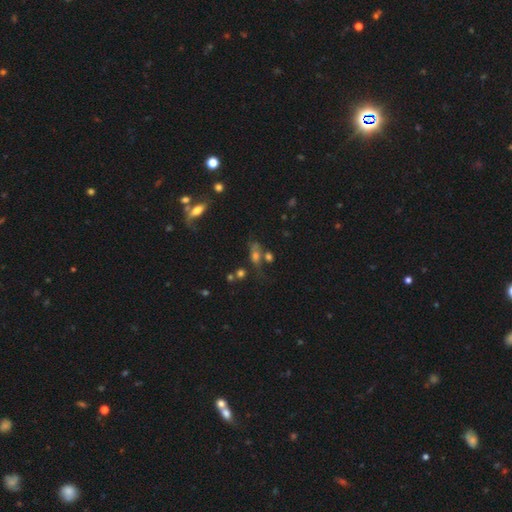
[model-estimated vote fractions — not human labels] This is marginally a smooth galaxy (44%). Merging: marginally none (39%).